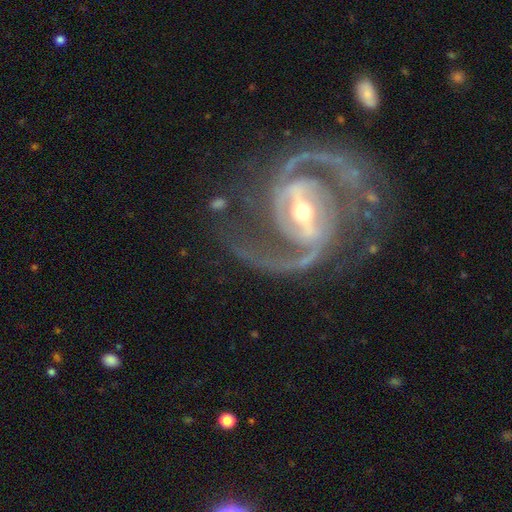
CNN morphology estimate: Q: Smooth or featured?
A: featured or disk (93%); runner-up: star or artifact (5%)
Q: Edge-on disk?
A: no (98%); runner-up: yes (2%)
Q: Bar?
A: strong (56%); runner-up: weak (32%)
Q: Spiral arms?
A: yes (98%); runner-up: no (2%)
Q: Spiral winding?
A: medium (63%); runner-up: tight (23%)
Q: Spiral arm count?
A: 2 (92%); runner-up: 3 (3%)
Q: Bulge size?
A: moderate (53%); runner-up: small (40%)
Q: Merging?
A: none (73%); runner-up: minor disturbance (14%)